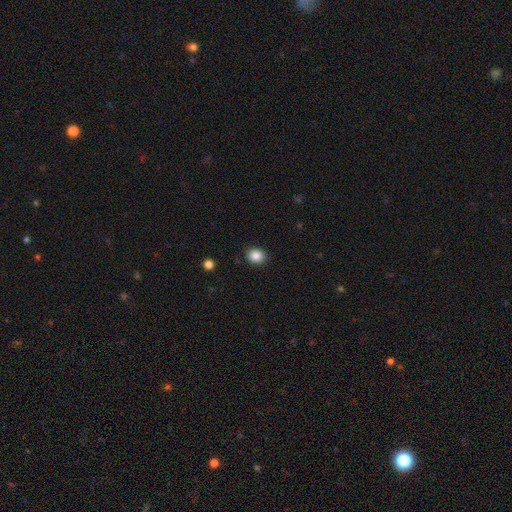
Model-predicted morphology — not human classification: Smooth or featured?
  - smooth: 87% *
  - star or artifact: 10%
  - featured or disk: 4%
How rounded?
  - round: 64% *
  - in between: 35%
  - cigar-shaped: 1%
Merging?
  - none: 90% *
  - minor disturbance: 7%
  - major disturbance: 2%
  - merger: 1%